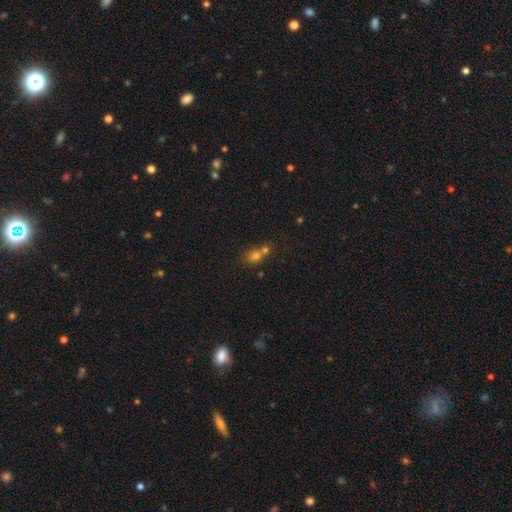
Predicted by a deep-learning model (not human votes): Smooth or featured? smooth (70%)
How rounded? round (62%)
Merging? merger (54%)